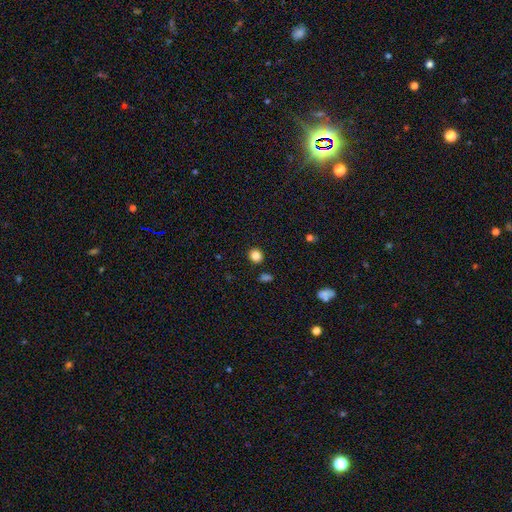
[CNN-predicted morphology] A smooth galaxy with no disk features (85%) that is round (81%). Merging: none (89%).